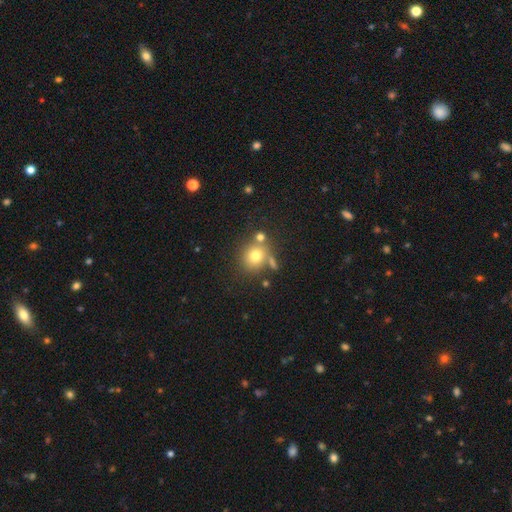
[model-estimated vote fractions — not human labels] This appears to be a smooth galaxy with no disk features (75%) that is round (78%). Merging: none (63%).